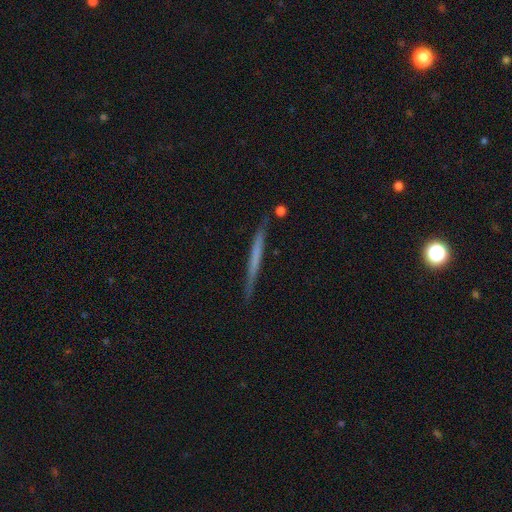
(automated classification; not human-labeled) featured or disk 50%, smooth 44%, star or artifact 6%. Down the decision tree: merging — none (87%).